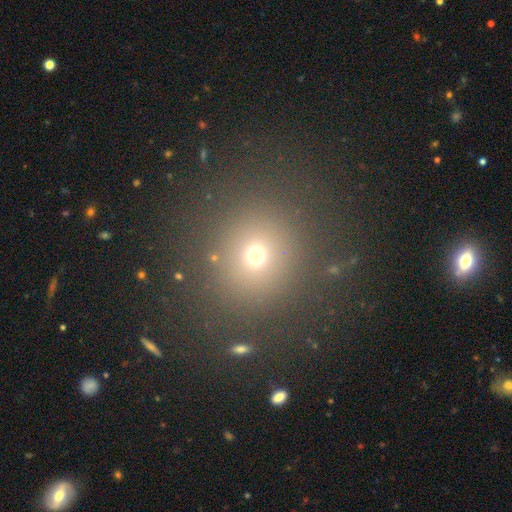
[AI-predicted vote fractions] Overall: smooth (68%). How rounded: round (86%). Merging: none (83%).